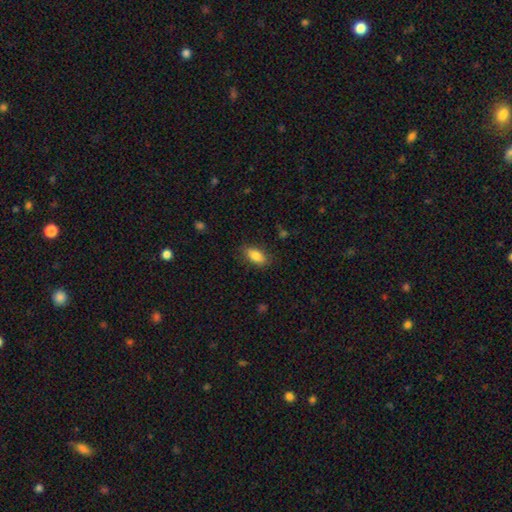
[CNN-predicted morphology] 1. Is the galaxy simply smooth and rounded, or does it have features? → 85% smooth, 8% featured or disk, 7% star or artifact.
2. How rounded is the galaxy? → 90% in between, 7% cigar-shaped, 4% round.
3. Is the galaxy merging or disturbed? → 83% none, 13% minor disturbance, 3% major disturbance, 1% merger.